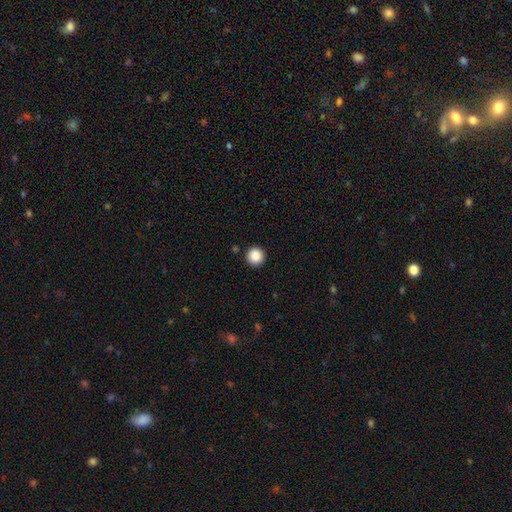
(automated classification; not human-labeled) smooth-or-featured: smooth: 87% | star or artifact: 10% | featured or disk: 3%
  how-rounded: round: 96% | in between: 3% | cigar-shaped: 1%
  merging: none: 92% | minor disturbance: 5% | major disturbance: 2% | merger: 1%